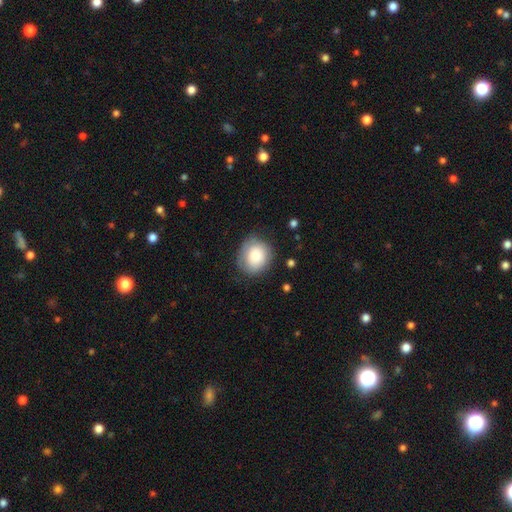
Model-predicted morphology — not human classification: smooth 81%, featured or disk 13%, star or artifact 7%. Down the decision tree: how rounded — round (73%); merging — none (72%).